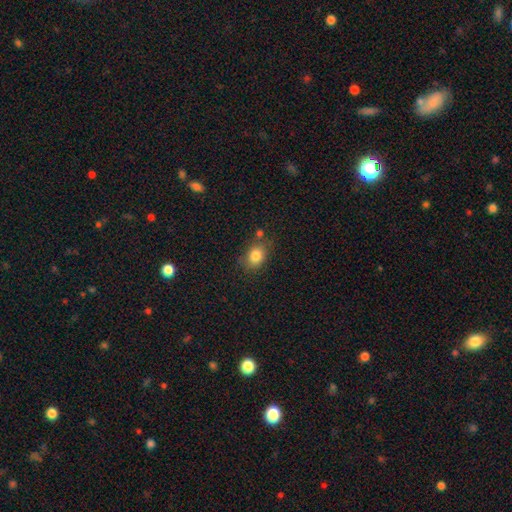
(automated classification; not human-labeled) Q: Smooth or featured?
A: smooth (83%); runner-up: star or artifact (10%)
Q: How rounded?
A: in between (58%); runner-up: round (41%)
Q: Merging?
A: none (69%); runner-up: minor disturbance (18%)